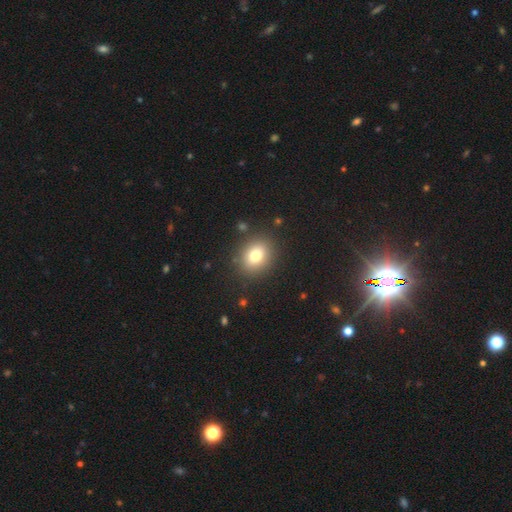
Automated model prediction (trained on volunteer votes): Q: Smooth or featured?
A: smooth (77%); runner-up: star or artifact (12%)
Q: How rounded?
A: round (54%); runner-up: in between (45%)
Q: Merging?
A: none (87%); runner-up: minor disturbance (8%)